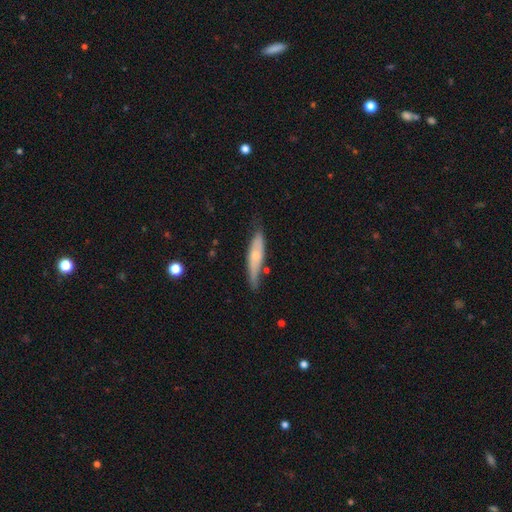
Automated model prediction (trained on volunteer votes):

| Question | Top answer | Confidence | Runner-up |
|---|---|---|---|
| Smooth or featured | smooth | 51% | featured or disk (43%) |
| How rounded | cigar-shaped | 78% | in between (21%) |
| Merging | none | 65% | minor disturbance (26%) |